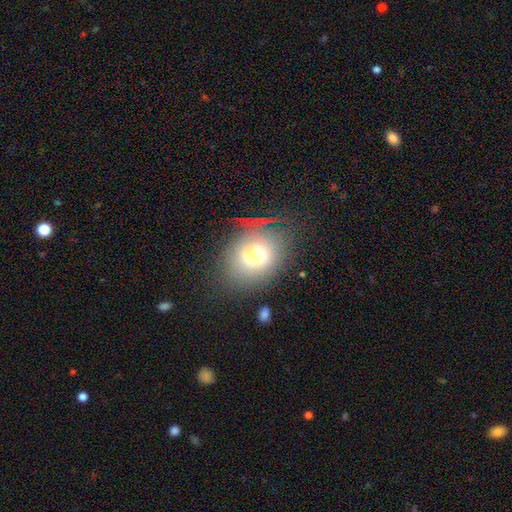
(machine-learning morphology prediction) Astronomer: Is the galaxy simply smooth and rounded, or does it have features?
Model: smooth — 68%.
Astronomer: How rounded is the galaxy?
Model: in between — 52% (runner-up: round, 47%).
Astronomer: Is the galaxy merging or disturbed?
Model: none — 58%.